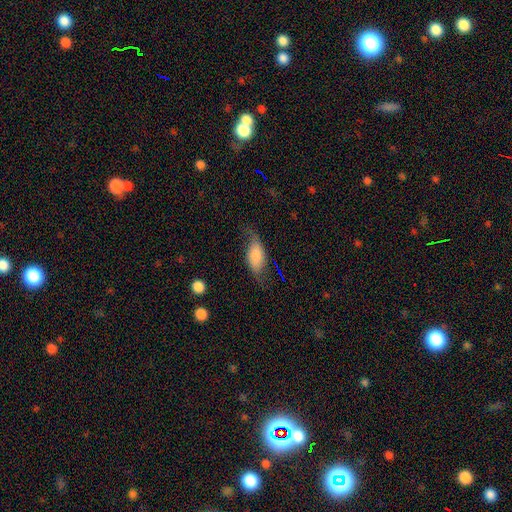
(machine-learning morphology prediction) Smooth or featured: smooth — 59% (featured or disk — 33%)
How rounded: in between — 87% (cigar-shaped — 9%)
Merging: none — 54% (minor disturbance — 28%)